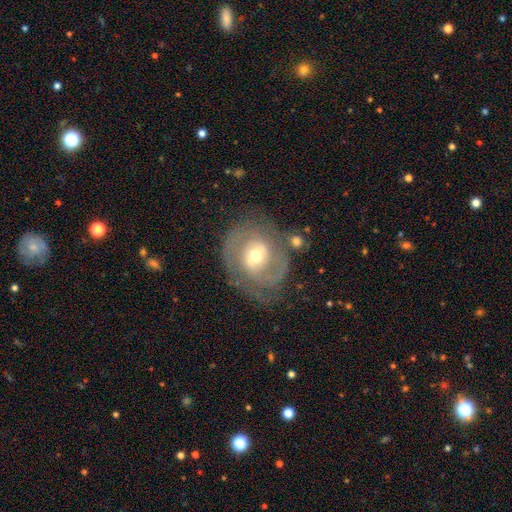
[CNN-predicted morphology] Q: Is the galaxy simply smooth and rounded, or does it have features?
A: featured or disk — 73%.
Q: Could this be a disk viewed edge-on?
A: no — 96%.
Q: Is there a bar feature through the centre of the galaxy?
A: no — 47%.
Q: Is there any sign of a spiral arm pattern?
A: yes — 75%.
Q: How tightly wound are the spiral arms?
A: tight — 47%.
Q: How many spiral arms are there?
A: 2 — 62%.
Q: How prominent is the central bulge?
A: moderate — 62%.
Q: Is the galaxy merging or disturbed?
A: none — 62%.